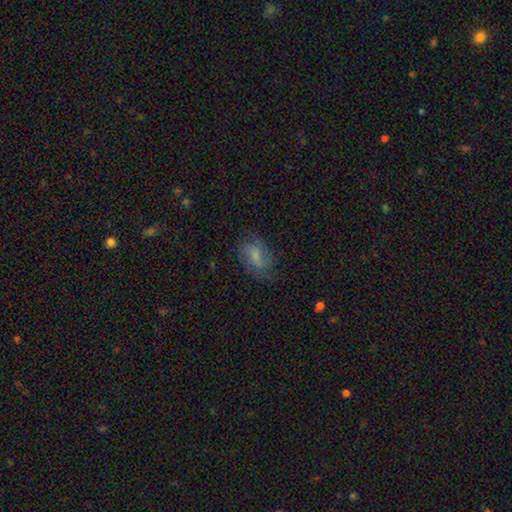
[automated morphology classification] smooth 58%, featured or disk 33%, star or artifact 9%. Down the decision tree: how rounded — in between (83%); merging — none (65%).